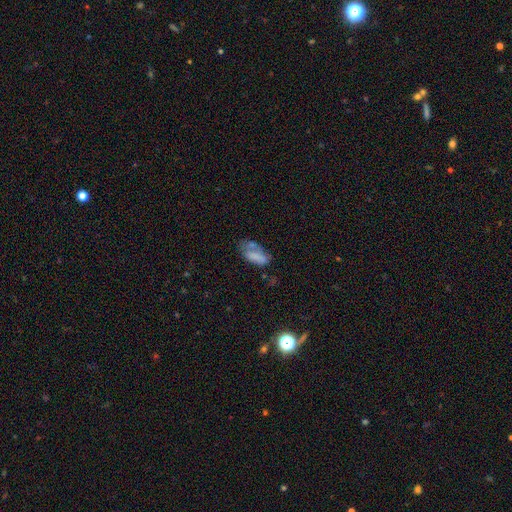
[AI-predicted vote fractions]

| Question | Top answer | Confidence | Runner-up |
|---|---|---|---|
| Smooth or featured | smooth | 67% | featured or disk (24%) |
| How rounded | in between | 88% | cigar-shaped (8%) |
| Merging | none | 34% | minor disturbance (27%) |